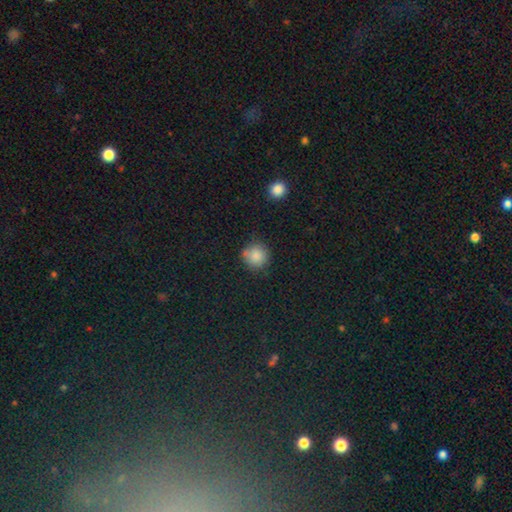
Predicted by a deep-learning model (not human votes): Smooth or featured: smooth — 85% (star or artifact — 10%)
How rounded: round — 92% (in between — 7%)
Merging: none — 77% (minor disturbance — 15%)